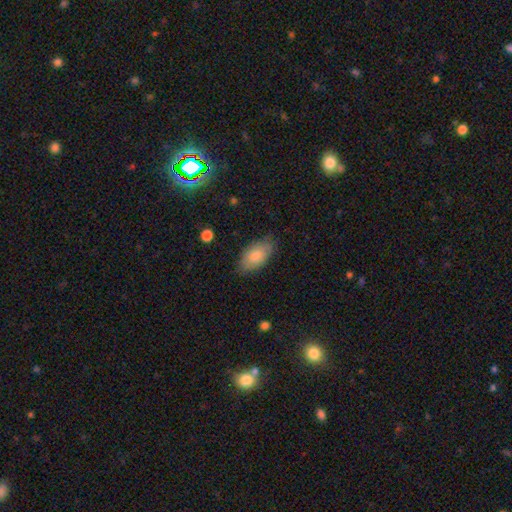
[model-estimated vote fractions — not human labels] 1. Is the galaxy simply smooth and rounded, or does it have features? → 77% smooth, 15% featured or disk, 8% star or artifact.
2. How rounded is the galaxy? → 92% in between, 4% cigar-shaped, 4% round.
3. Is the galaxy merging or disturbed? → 83% none, 14% minor disturbance, 3% major disturbance, 1% merger.